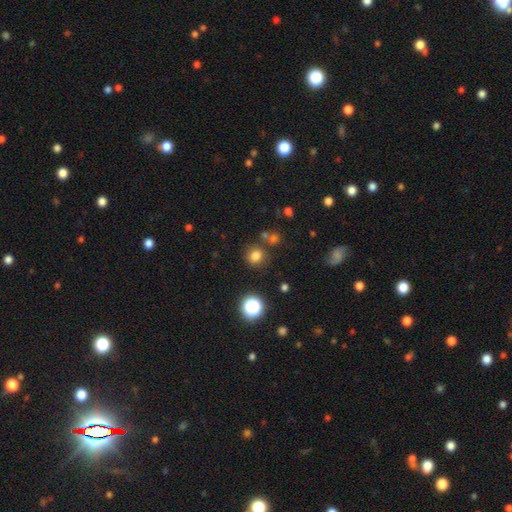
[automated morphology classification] smooth_or_featured: smooth (p=0.76) [alt: star or artifact p=0.18]
how_rounded: round (p=0.86) [alt: in between p=0.13]
merging: none (p=0.78) [alt: minor disturbance p=0.10]